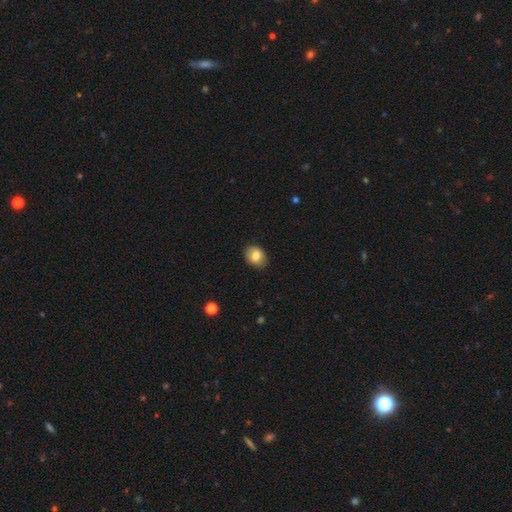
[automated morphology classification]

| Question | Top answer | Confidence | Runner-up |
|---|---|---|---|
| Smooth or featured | smooth | 81% | featured or disk (11%) |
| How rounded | in between | 55% | round (44%) |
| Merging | none | 84% | minor disturbance (13%) |